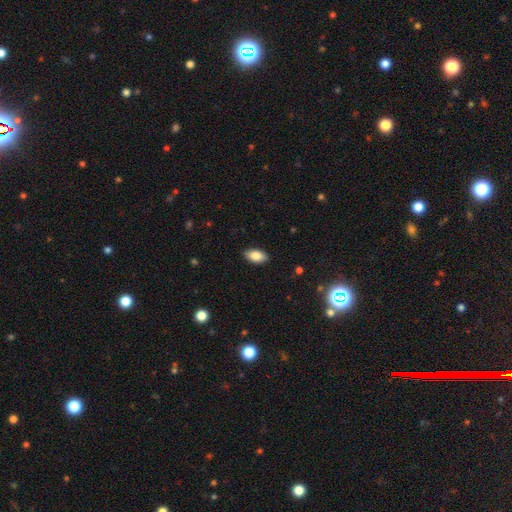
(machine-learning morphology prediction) Overall: smooth (84%). How rounded: in between (93%). Merging: none (88%).